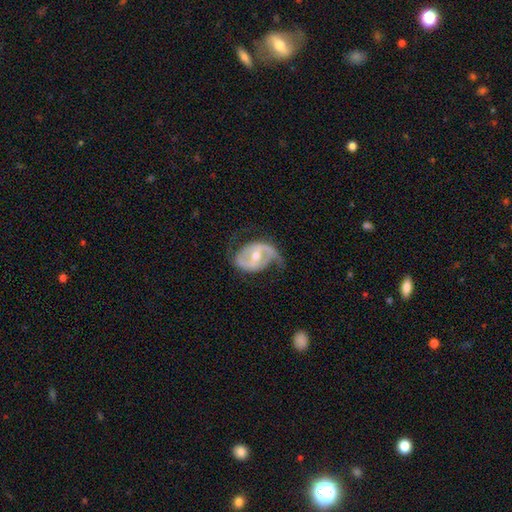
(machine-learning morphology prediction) smooth_or_featured: featured or disk (p=0.86) [alt: smooth p=0.10]
disk_edge_on: no (p=0.97) [alt: yes p=0.03]
bar: strong (p=0.41) [tied with: weak p=0.41]
has_spiral_arms: yes (p=0.91) [alt: no p=0.09]
spiral_winding: medium (p=0.44) [alt: loose p=0.39]
spiral_arm_count: 2 (p=0.81) [alt: 1 p=0.11]
bulge_size: moderate (p=0.59) [alt: small p=0.38]
merging: none (p=0.59) [alt: minor disturbance p=0.23]